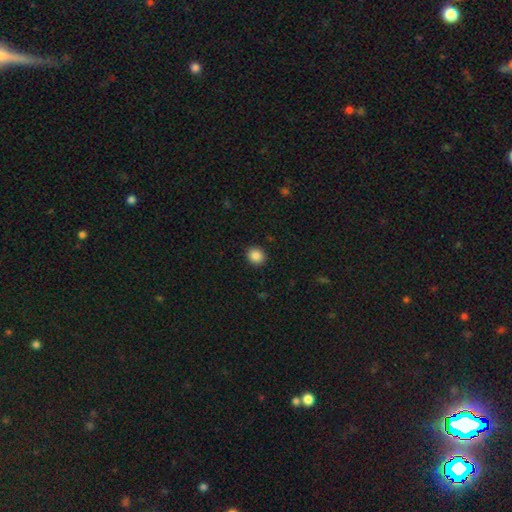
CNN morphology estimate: Q: Smooth or featured?
A: smooth (87%); runner-up: star or artifact (10%)
Q: How rounded?
A: round (84%); runner-up: in between (15%)
Q: Merging?
A: none (91%); runner-up: minor disturbance (6%)